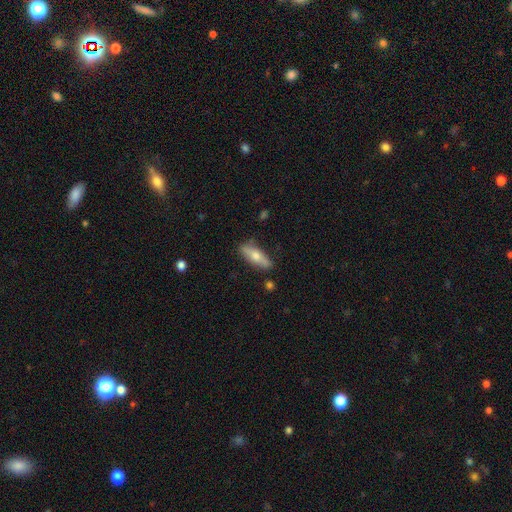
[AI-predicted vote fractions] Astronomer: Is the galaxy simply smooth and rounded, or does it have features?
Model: smooth — 62%.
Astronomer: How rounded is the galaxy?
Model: in between — 51% (runner-up: cigar-shaped, 46%).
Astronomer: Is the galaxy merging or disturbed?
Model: none — 80%.